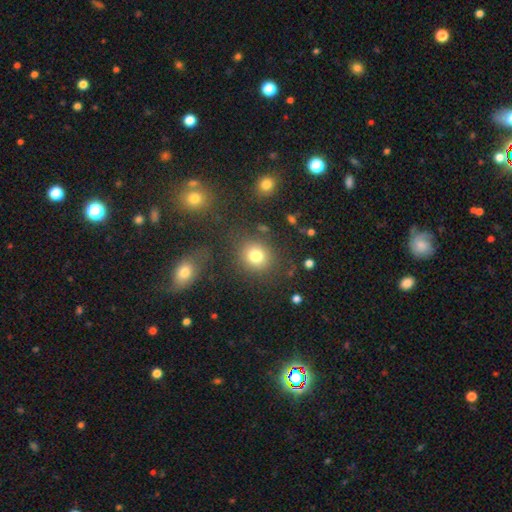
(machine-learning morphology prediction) This is likely a smooth galaxy (80%). How rounded: likely round (80%). Merging: likely none (79%).